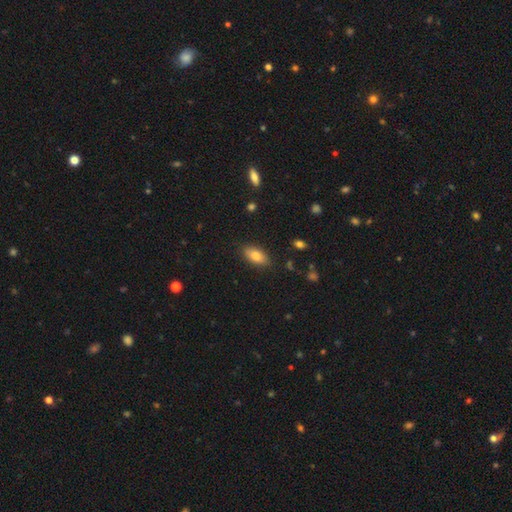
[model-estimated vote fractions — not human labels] A smooth galaxy with no disk features (80%) that is in between round and cigar-shaped (88%).

Vote fractions:
- Smooth or featured? smooth: 80% / featured or disk: 13% / star or artifact: 8%
- How rounded? in between: 88% / cigar-shaped: 8% / round: 4%
- Merging? none: 85% / minor disturbance: 11% / major disturbance: 3% / merger: 1%